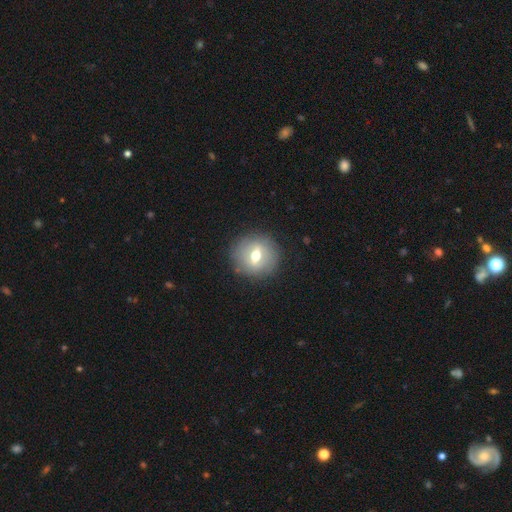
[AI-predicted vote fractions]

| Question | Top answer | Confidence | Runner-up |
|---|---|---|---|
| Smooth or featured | featured or disk | 52% | smooth (39%) |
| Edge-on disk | no | 83% | yes (17%) |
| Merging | none | 84% | minor disturbance (10%) |